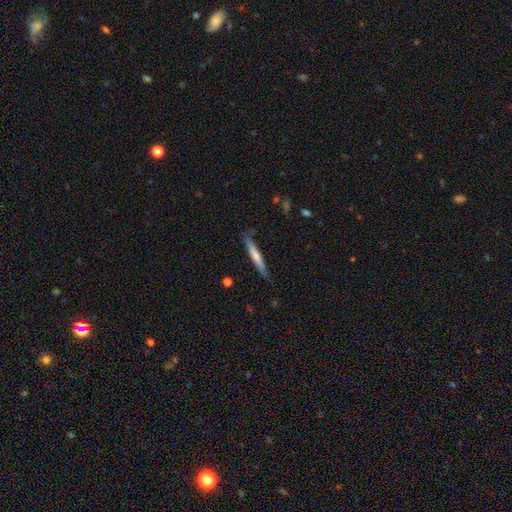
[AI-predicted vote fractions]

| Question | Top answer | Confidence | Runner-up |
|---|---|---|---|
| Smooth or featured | smooth | 60% | featured or disk (34%) |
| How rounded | cigar-shaped | 94% | in between (5%) |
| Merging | none | 79% | minor disturbance (17%) |